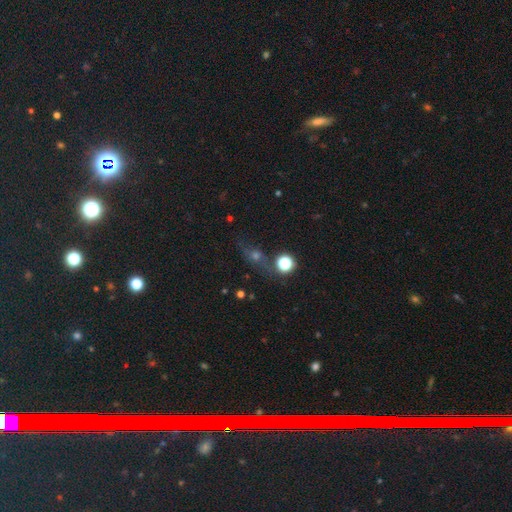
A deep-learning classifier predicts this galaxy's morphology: Smooth or featured: star or artifact — 42% (smooth — 34%)